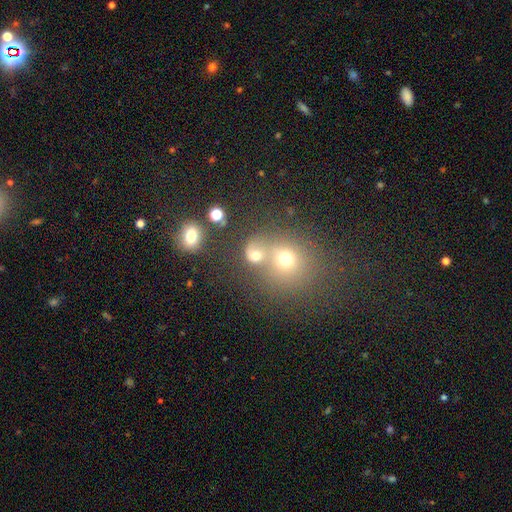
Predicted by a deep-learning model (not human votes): The model was most divided on "merging": merger: 46%, none: 38%, minor disturbance: 8%, major disturbance: 7%. More confident: how rounded — round (76%); smooth or featured — smooth (66%).